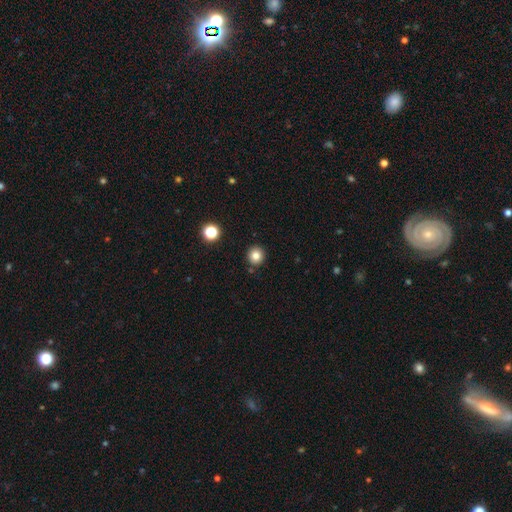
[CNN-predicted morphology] The model was most divided on "smooth or featured": smooth: 81%, star or artifact: 12%, featured or disk: 7%. More confident: how rounded — round (92%); merging — none (88%).